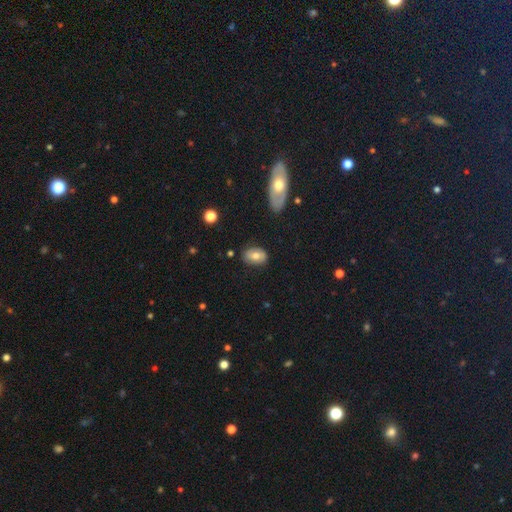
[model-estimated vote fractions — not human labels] Smooth or featured: smooth — 70% (featured or disk — 22%)
How rounded: in between — 85% (round — 13%)
Merging: none — 77% (minor disturbance — 17%)